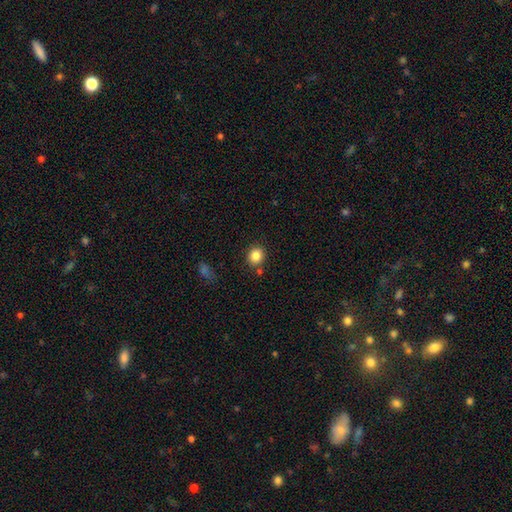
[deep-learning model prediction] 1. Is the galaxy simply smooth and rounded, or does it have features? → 85% smooth, 10% star or artifact, 5% featured or disk.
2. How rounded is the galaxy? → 79% round, 20% in between, 1% cigar-shaped.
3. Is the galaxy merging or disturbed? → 82% none, 9% minor disturbance, 6% merger, 3% major disturbance.